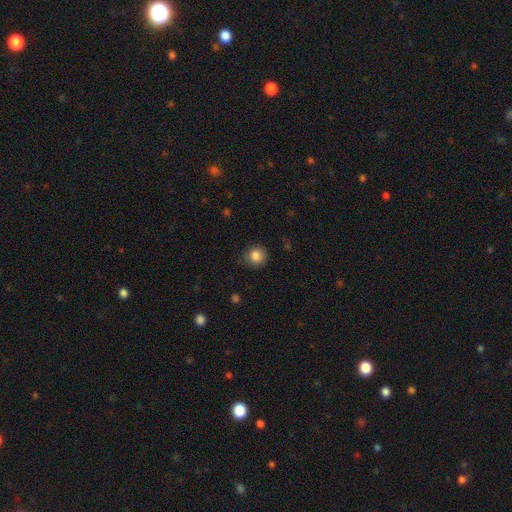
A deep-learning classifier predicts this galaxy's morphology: smooth-or-featured: smooth: 85% | star or artifact: 10% | featured or disk: 5%
  how-rounded: round: 91% | in between: 8% | cigar-shaped: 1%
  merging: none: 83% | minor disturbance: 13% | major disturbance: 3% | merger: 1%